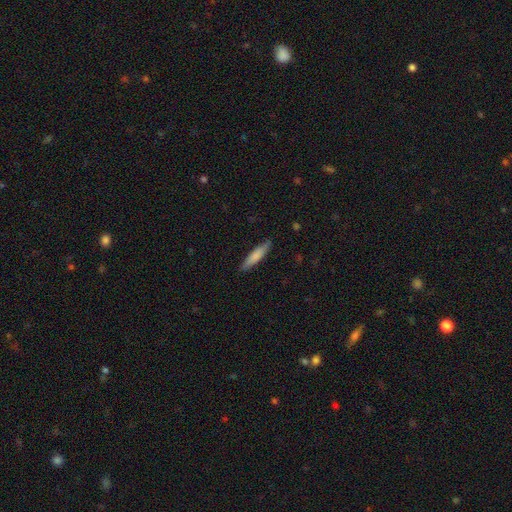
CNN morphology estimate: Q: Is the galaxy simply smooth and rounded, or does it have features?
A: smooth — 76%.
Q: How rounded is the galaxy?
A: cigar-shaped — 85%.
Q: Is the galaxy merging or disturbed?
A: none — 86%.